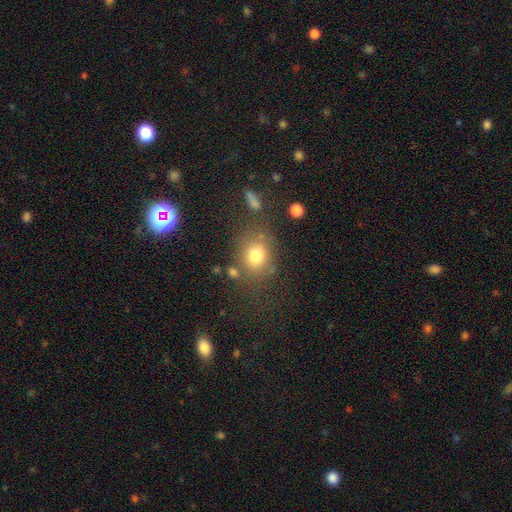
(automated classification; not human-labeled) Smooth or featured: smooth — 76% (star or artifact — 12%)
How rounded: round — 61% (in between — 38%)
Merging: none — 66% (minor disturbance — 16%)